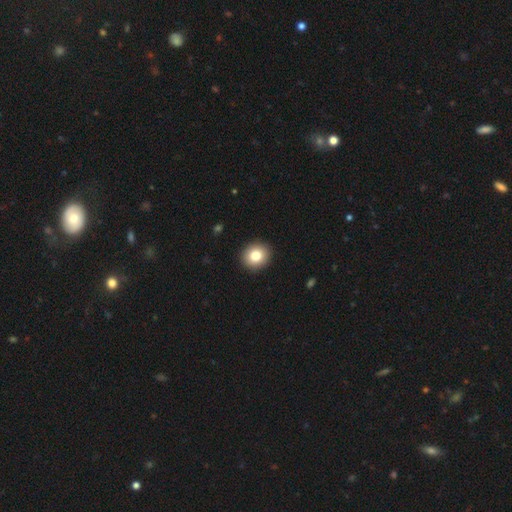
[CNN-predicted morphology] Smooth or featured?
  - smooth: 81% *
  - featured or disk: 10%
  - star or artifact: 9%
How rounded?
  - round: 76% *
  - in between: 23%
  - cigar-shaped: 1%
Merging?
  - none: 92% *
  - minor disturbance: 5%
  - major disturbance: 2%
  - merger: 1%